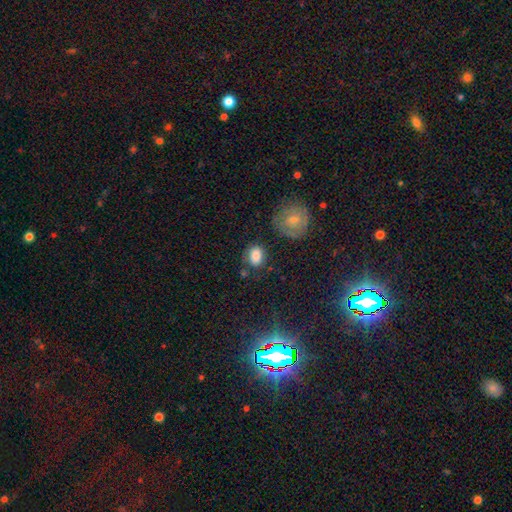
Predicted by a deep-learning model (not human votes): Q: Smooth or featured?
A: smooth (83%); runner-up: featured or disk (9%)
Q: How rounded?
A: in between (64%); runner-up: round (34%)
Q: Merging?
A: none (69%); runner-up: minor disturbance (19%)